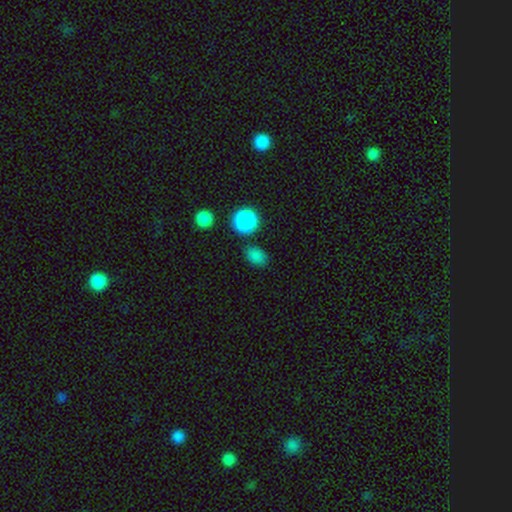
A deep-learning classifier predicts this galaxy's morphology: smooth_or_featured: smooth (p=0.84) [alt: star or artifact p=0.11]
how_rounded: in between (p=0.57) [alt: round p=0.41]
merging: none (p=0.75) [alt: minor disturbance p=0.13]